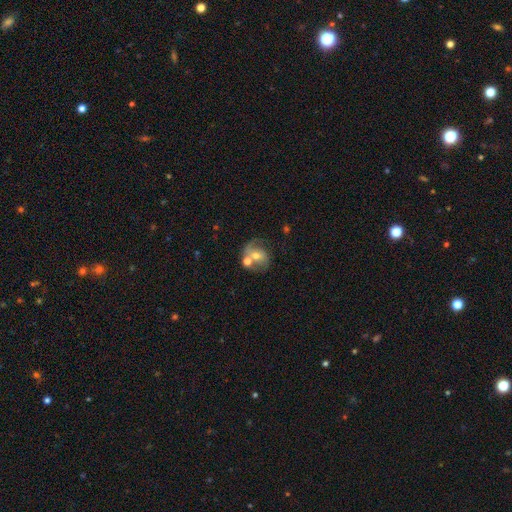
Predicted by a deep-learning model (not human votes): Smooth or featured: featured or disk — 63% (smooth — 28%)
Edge-on disk: no — 97% (yes — 3%)
Bar: no — 61% (weak — 31%)
Spiral arms: yes — 83% (no — 17%)
Spiral winding: medium — 46% (loose — 31%)
Spiral arm count: 2 — 62% (1 — 25%)
Bulge size: moderate — 58% (small — 32%)
Merging: none — 43% (merger — 30%)